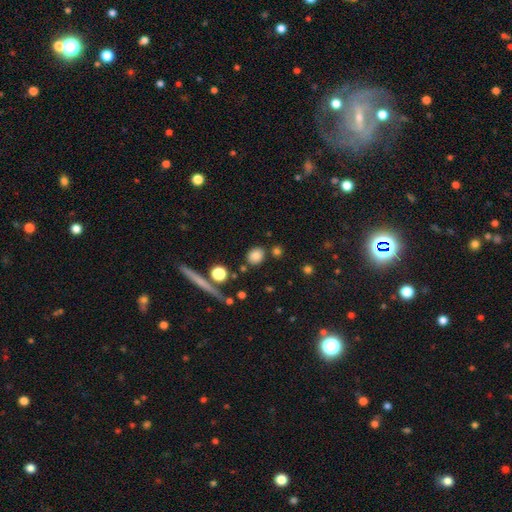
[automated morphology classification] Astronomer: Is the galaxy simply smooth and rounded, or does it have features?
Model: smooth — 82%.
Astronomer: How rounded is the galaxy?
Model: round — 62%.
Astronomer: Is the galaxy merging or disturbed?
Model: none — 79%.